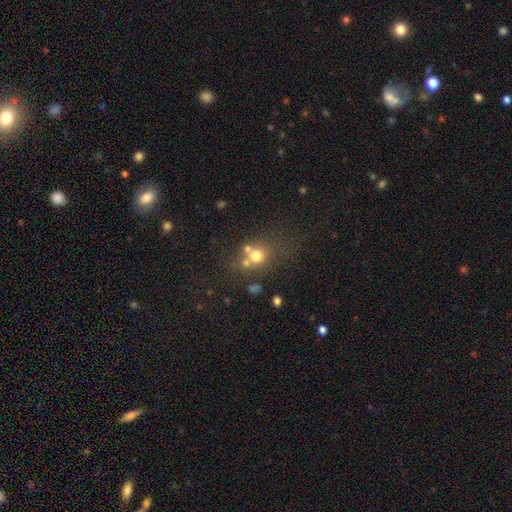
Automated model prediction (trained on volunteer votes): Overall: smooth (66%). How rounded: round (78%). Merging: none (49%; merger 33%).